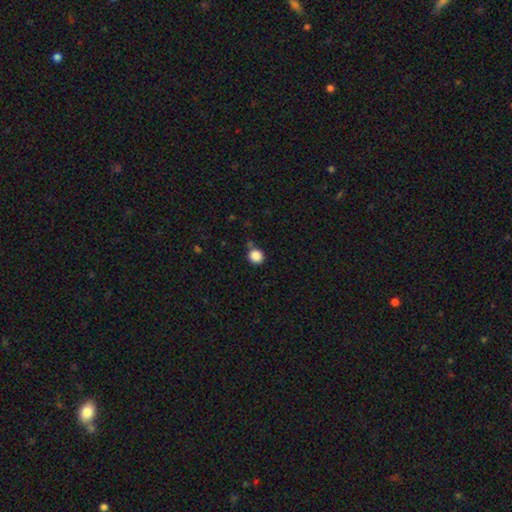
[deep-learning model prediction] Overall: smooth (87%). How rounded: round (90%). Merging: none (77%).